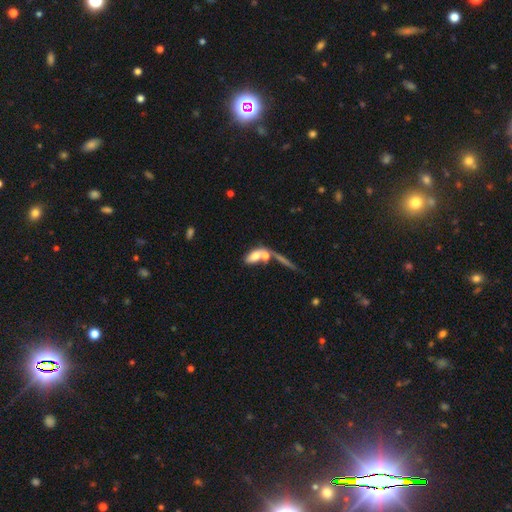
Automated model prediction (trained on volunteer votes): Smooth or featured?
  - smooth: 65% *
  - featured or disk: 26%
  - star or artifact: 9%
How rounded?
  - in between: 76% *
  - cigar-shaped: 16%
  - round: 8%
Merging?
  - merger: 51% *
  - none: 31%
  - minor disturbance: 10%
  - major disturbance: 8%